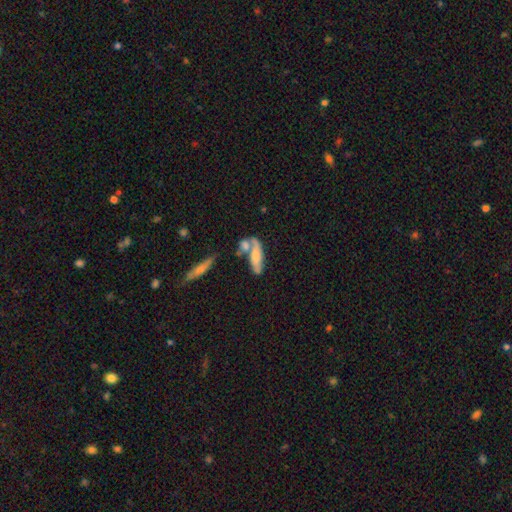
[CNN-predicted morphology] smooth_or_featured: smooth (p=0.52) [alt: featured or disk p=0.41]
how_rounded: in between (p=0.52) [alt: cigar-shaped p=0.45]
merging: merger (p=0.39) [alt: none p=0.35]